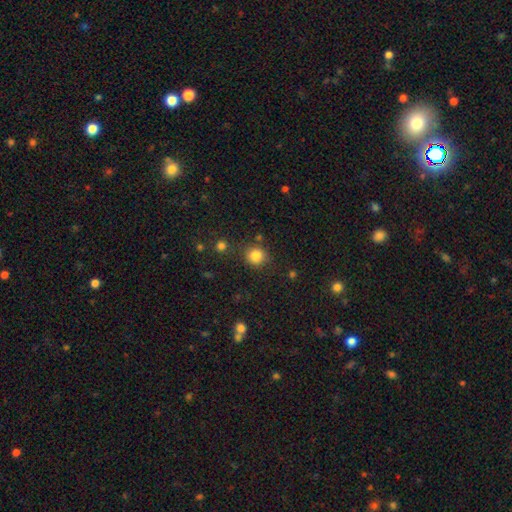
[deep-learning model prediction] Overall: smooth (84%). How rounded: round (86%). Merging: none (81%).